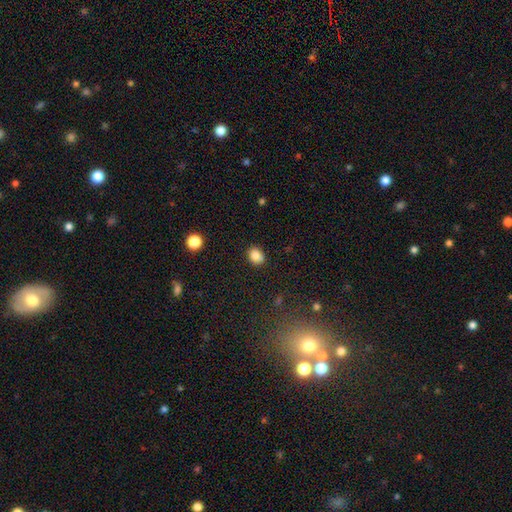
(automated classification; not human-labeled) This appears to be a smooth galaxy with no disk features (85%) that is round (55%). Merging: none (82%).